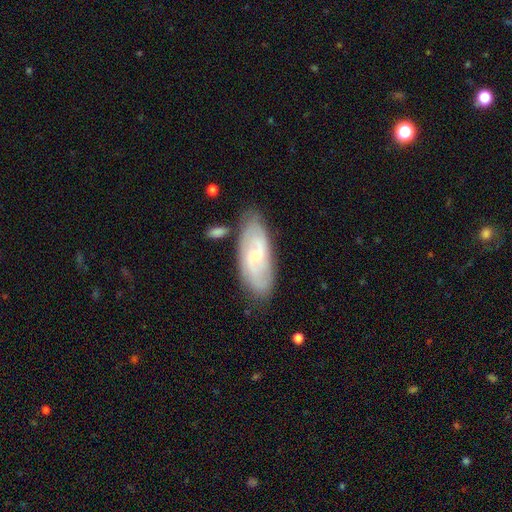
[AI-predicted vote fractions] Morphology: type=featured or disk (68%); edge-on=no (91%); bar=weak (47%); spiral arms=yes (87%); winding=medium (42%); arm count=2 (63%); bulge=small (67%); merging=none (76%).